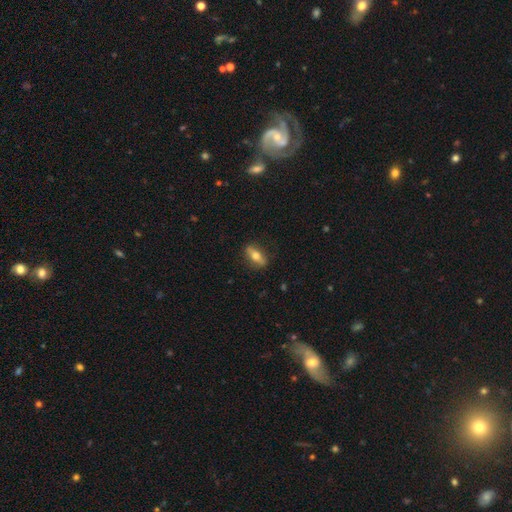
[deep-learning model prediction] A smooth galaxy with no disk features (47%). Merging: none (84%).